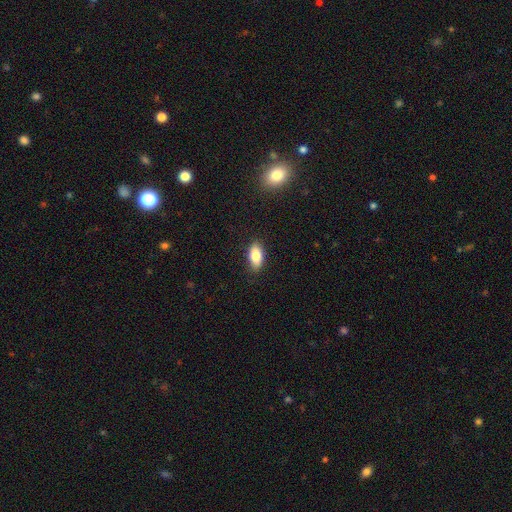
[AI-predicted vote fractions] A smooth galaxy with no disk features (83%) that is in between round and cigar-shaped (90%). Merging: none (86%).